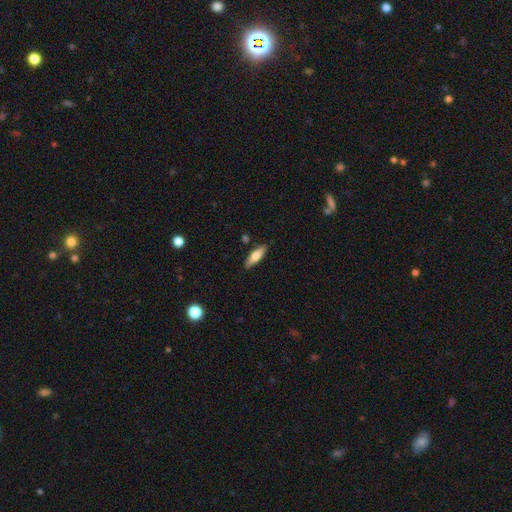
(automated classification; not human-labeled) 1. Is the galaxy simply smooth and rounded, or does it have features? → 70% smooth, 24% featured or disk, 6% star or artifact.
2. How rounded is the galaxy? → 51% cigar-shaped, 47% in between, 2% round.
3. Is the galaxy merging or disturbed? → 85% none, 10% minor disturbance, 3% merger, 2% major disturbance.